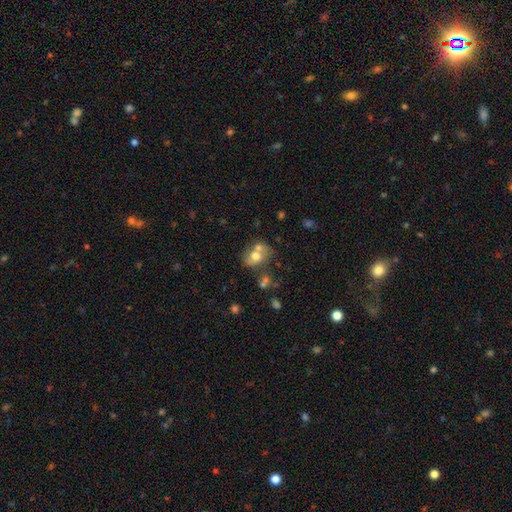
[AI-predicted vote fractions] Smooth or featured?
  - smooth: 61% *
  - featured or disk: 28%
  - star or artifact: 11%
How rounded?
  - in between: 58% *
  - round: 41%
  - cigar-shaped: 1%
Merging?
  - merger: 45% *
  - none: 35%
  - minor disturbance: 13%
  - major disturbance: 6%